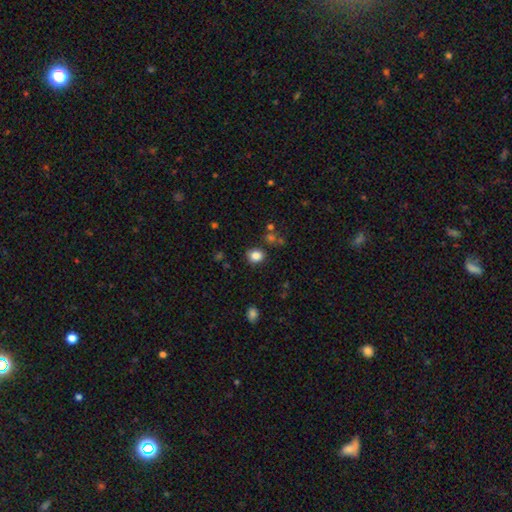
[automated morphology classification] smooth 85%, star or artifact 11%, featured or disk 5%. Down the decision tree: how rounded — round (67%); merging — none (83%).